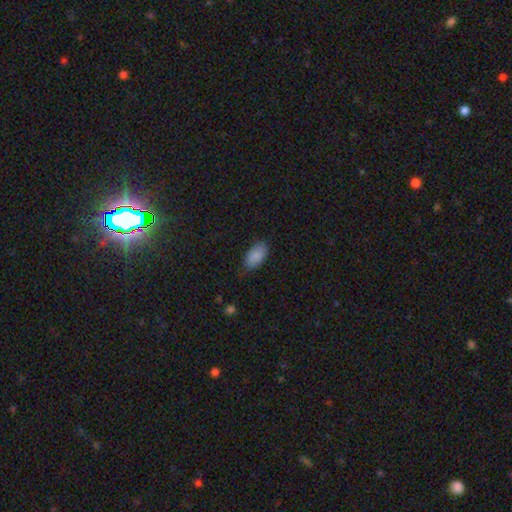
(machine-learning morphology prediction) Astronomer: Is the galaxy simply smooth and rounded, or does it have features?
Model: smooth — 88%.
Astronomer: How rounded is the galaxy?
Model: in between — 94%.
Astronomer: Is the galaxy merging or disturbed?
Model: none — 73%.